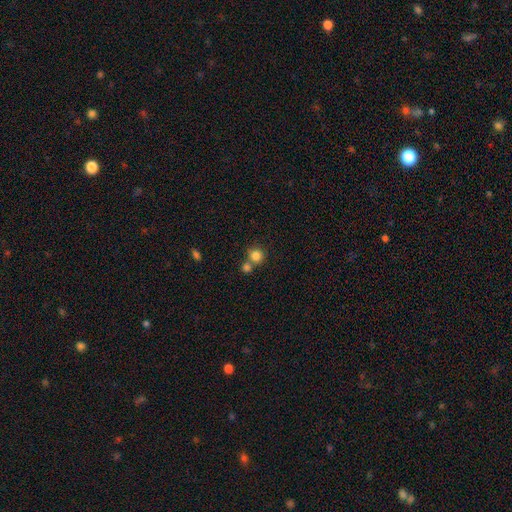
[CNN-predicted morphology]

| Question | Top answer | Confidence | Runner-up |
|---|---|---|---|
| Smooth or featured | smooth | 83% | star or artifact (11%) |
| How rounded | round | 89% | in between (10%) |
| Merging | none | 57% | merger (33%) |